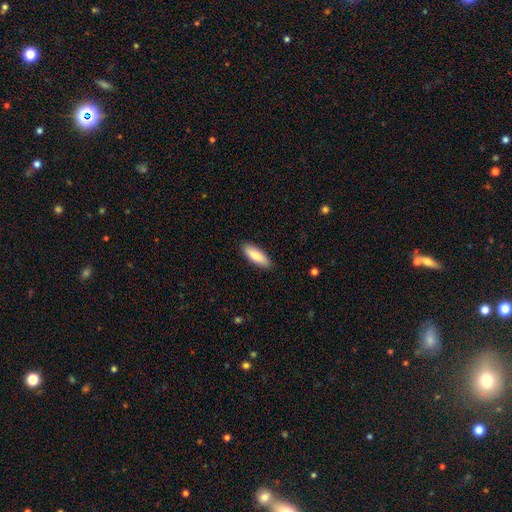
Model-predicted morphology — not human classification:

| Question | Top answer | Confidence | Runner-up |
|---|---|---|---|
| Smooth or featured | smooth | 85% | featured or disk (10%) |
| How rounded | in between | 60% | cigar-shaped (39%) |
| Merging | none | 88% | minor disturbance (9%) |